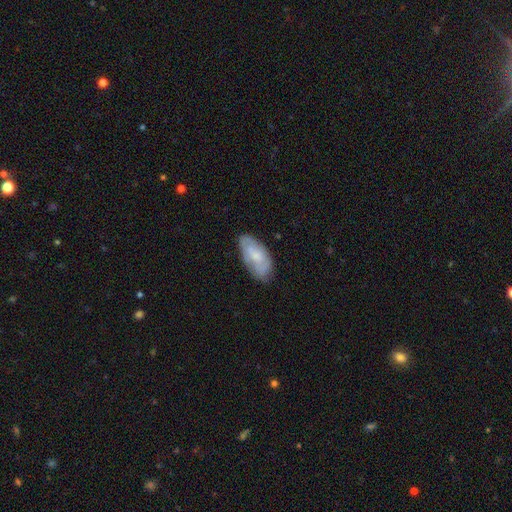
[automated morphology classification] The model was most divided on "smooth or featured": smooth: 55%, featured or disk: 39%, star or artifact: 7%. More confident: how rounded — in between (91%); merging — none (70%).